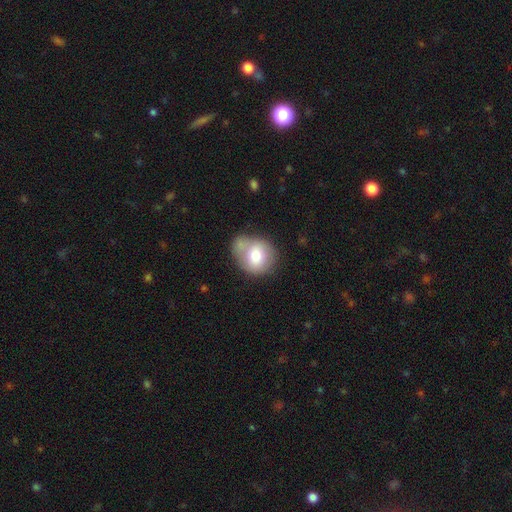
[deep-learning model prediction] Q: Smooth or featured?
A: smooth (72%); runner-up: featured or disk (20%)
Q: How rounded?
A: round (70%); runner-up: in between (29%)
Q: Merging?
A: none (39%); runner-up: merger (28%)